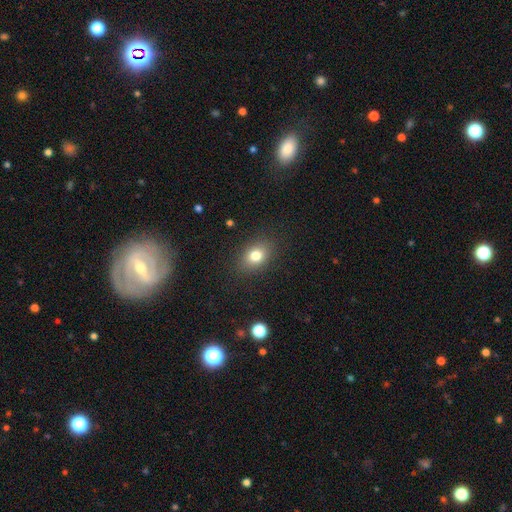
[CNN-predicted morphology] Q: Smooth or featured?
A: smooth (79%); runner-up: star or artifact (11%)
Q: How rounded?
A: in between (66%); runner-up: round (32%)
Q: Merging?
A: none (86%); runner-up: minor disturbance (10%)